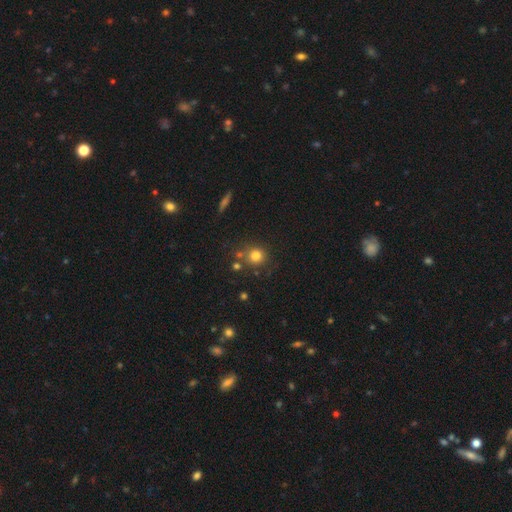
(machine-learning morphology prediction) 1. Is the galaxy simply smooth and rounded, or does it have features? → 78% smooth, 14% star or artifact, 8% featured or disk.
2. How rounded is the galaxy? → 89% round, 10% in between, 1% cigar-shaped.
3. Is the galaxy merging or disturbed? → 70% none, 14% merger, 11% minor disturbance, 4% major disturbance.